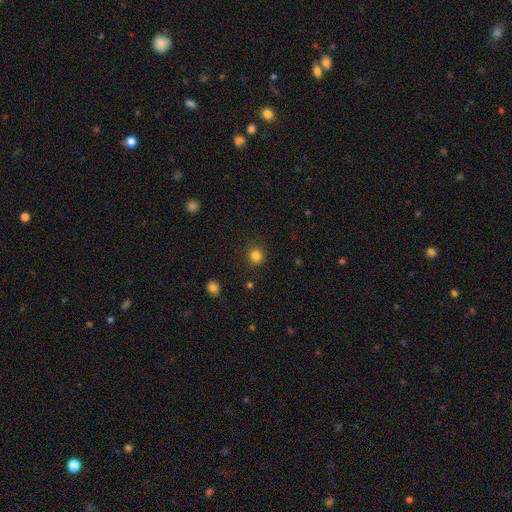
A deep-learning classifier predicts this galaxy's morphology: type=smooth (83%); roundness=round (91%); merging=none (89%).